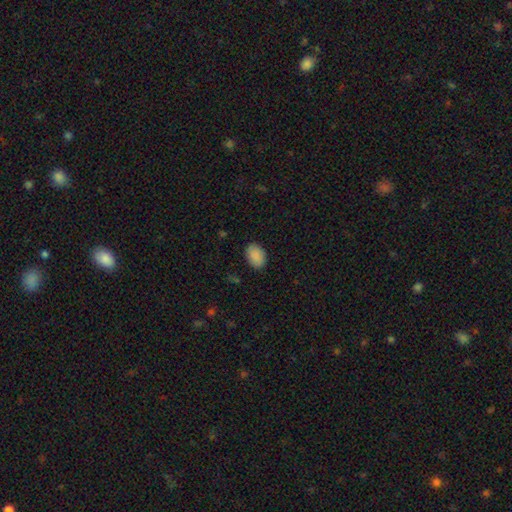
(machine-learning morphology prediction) Smooth or featured?
  - smooth: 90% *
  - star or artifact: 7%
  - featured or disk: 3%
How rounded?
  - in between: 86% *
  - round: 13%
  - cigar-shaped: 1%
Merging?
  - none: 86% *
  - minor disturbance: 10%
  - major disturbance: 2%
  - merger: 1%